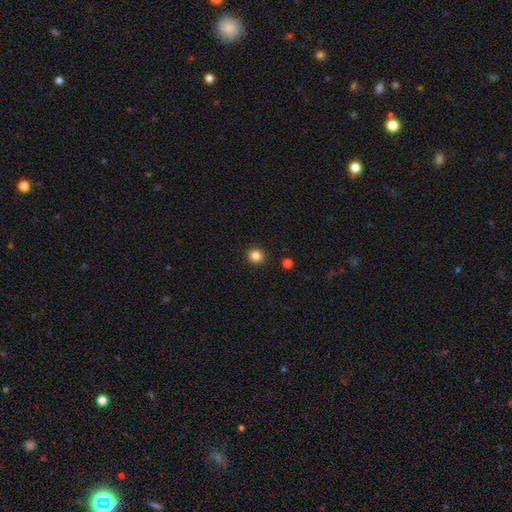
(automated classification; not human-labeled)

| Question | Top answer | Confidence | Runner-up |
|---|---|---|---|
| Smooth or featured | smooth | 84% | star or artifact (11%) |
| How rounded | round | 92% | in between (7%) |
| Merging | none | 93% | minor disturbance (4%) |